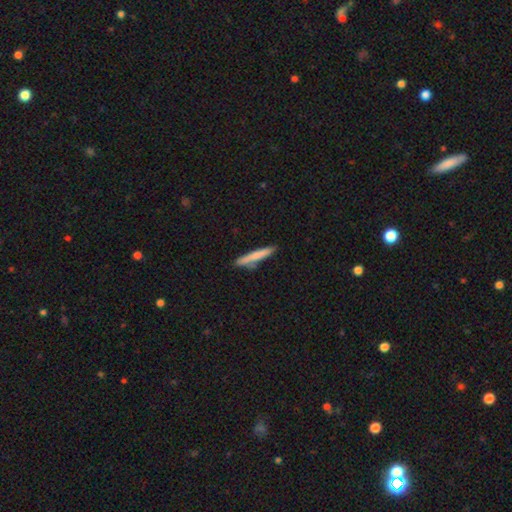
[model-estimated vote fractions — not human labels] The model was most divided on "smooth or featured": smooth: 71%, featured or disk: 23%, star or artifact: 6%. More confident: how rounded — cigar-shaped (94%); merging — none (76%).